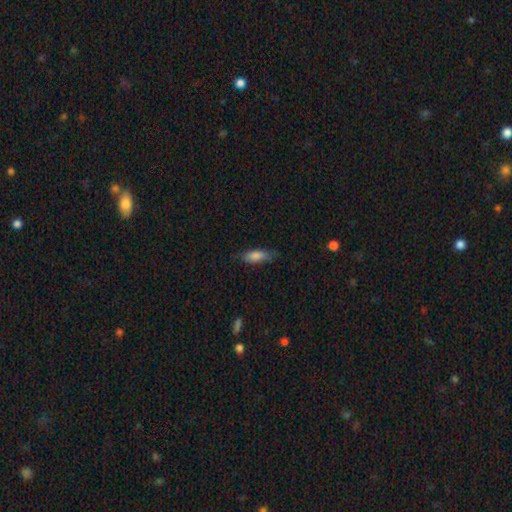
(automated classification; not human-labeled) smooth 79%, featured or disk 14%, star or artifact 7%. Down the decision tree: how rounded — in between (55%); merging — none (72%).